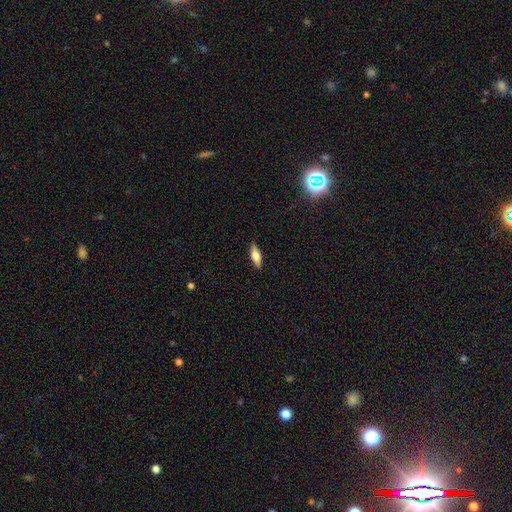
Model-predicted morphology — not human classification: type=smooth (58%); roundness=in between (55%); merging=none (89%).